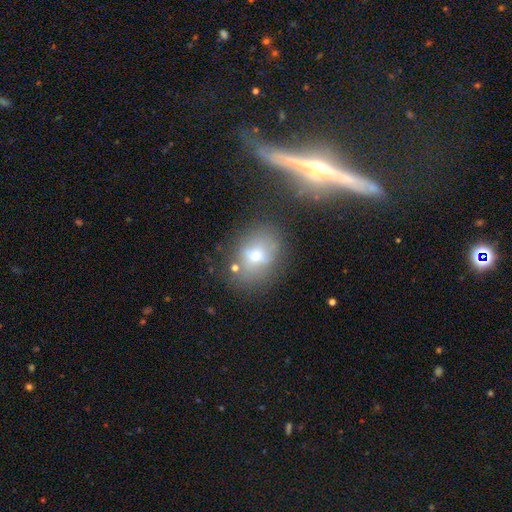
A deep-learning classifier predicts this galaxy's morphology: A smooth galaxy with no disk features (55%) that is in between round and cigar-shaped (55%).

Vote fractions:
- Smooth or featured? smooth: 55% / featured or disk: 28% / star or artifact: 17%
- How rounded? in between: 55% / round: 42% / cigar-shaped: 2%
- Merging? none: 65% / minor disturbance: 17% / merger: 9% / major disturbance: 8%